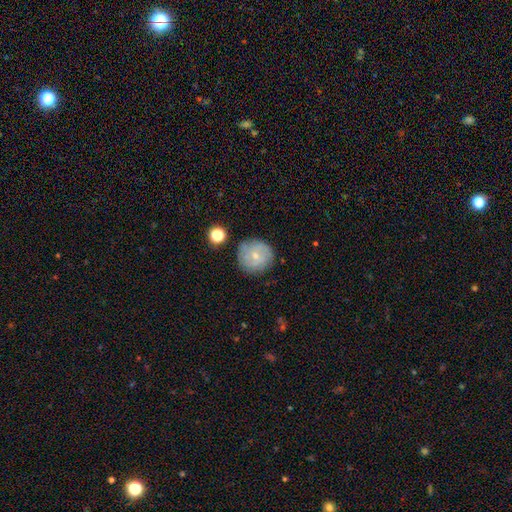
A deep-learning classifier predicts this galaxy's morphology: A smooth galaxy with no disk features (48%).

Vote fractions:
- Smooth or featured? smooth: 48% / featured or disk: 43% / star or artifact: 9%
- Merging? none: 77% / minor disturbance: 15% / major disturbance: 5% / merger: 3%